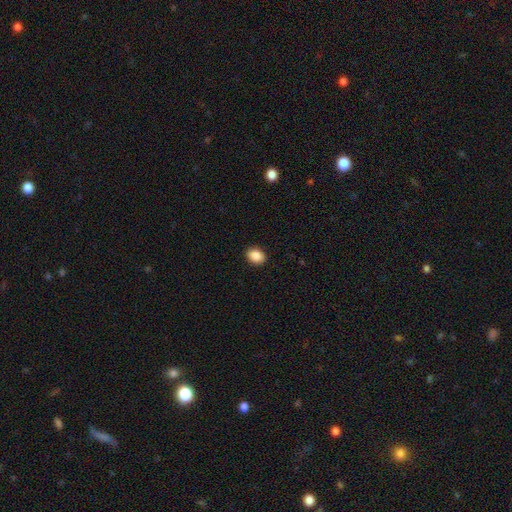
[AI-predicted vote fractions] smooth-or-featured: smooth: 88% | star or artifact: 8% | featured or disk: 4%
  how-rounded: in between: 63% | round: 36% | cigar-shaped: 1%
  merging: none: 90% | minor disturbance: 7% | major disturbance: 2% | merger: 1%